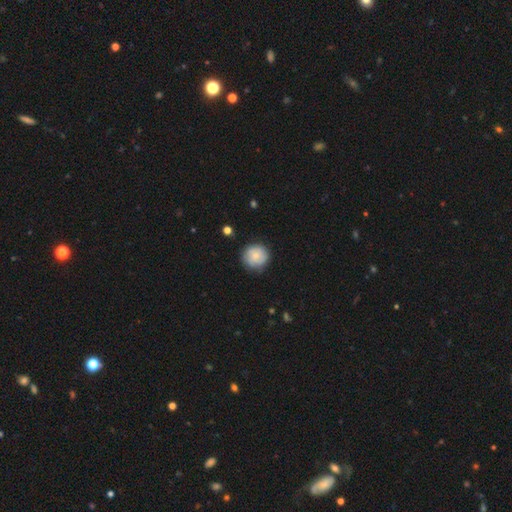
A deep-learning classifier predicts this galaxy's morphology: type=smooth (72%); roundness=round (89%); merging=none (78%).